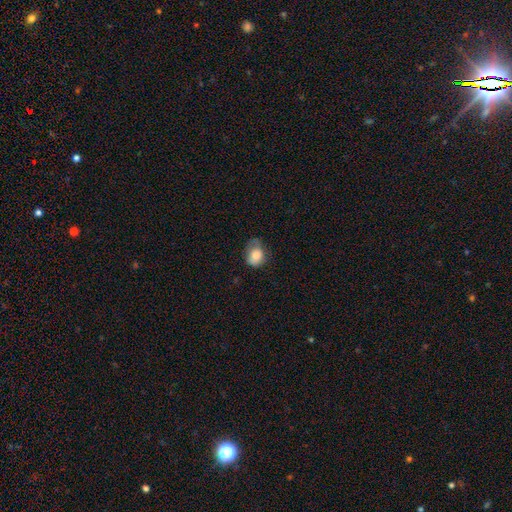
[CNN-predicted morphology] The model was most divided on "merging": minor disturbance: 39%, none: 38%, major disturbance: 22%, merger: 2%. More confident: smooth or featured — smooth (79%); how rounded — in between (57%).